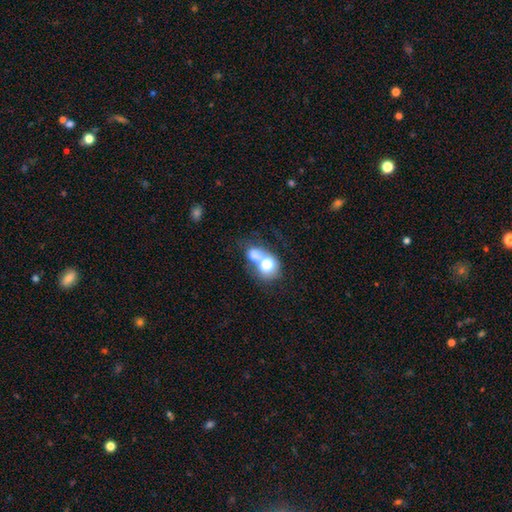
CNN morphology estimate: Overall: smooth (66%). How rounded: in between (50%; round 49%). Merging: merger (70%).